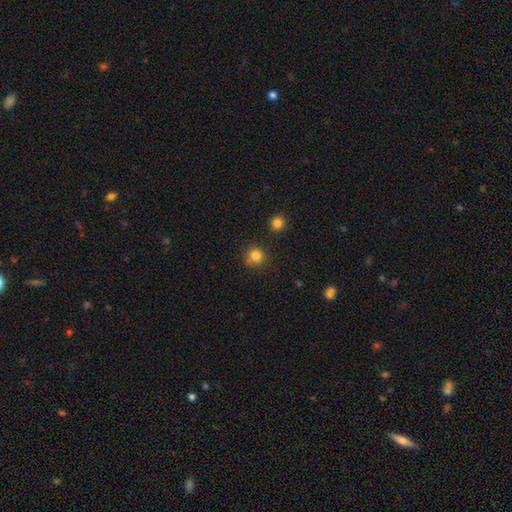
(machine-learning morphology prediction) Smooth or featured: smooth — 82% (star or artifact — 12%)
How rounded: round — 89% (in between — 10%)
Merging: none — 71% (minor disturbance — 16%)